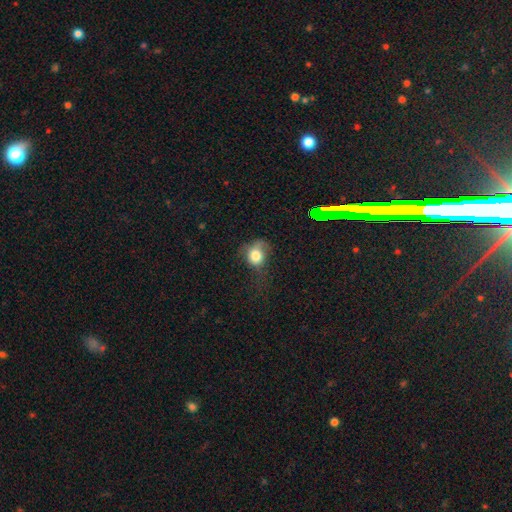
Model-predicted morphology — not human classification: Smooth or featured?
  - smooth: 75% *
  - featured or disk: 14%
  - star or artifact: 11%
How rounded?
  - round: 62% *
  - in between: 37%
  - cigar-shaped: 1%
Merging?
  - none: 34% *
  - major disturbance: 32%
  - minor disturbance: 31%
  - merger: 2%